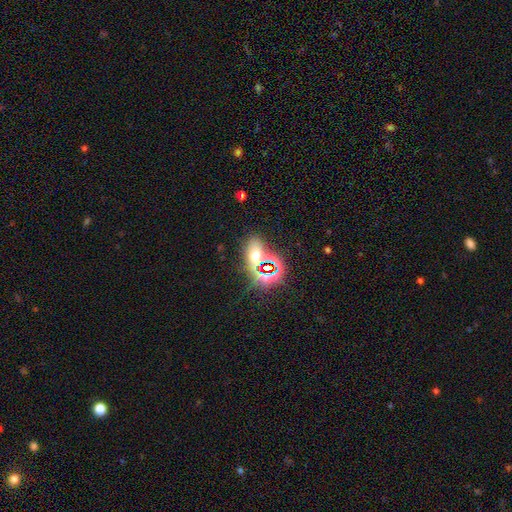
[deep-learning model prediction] The model was most divided on "smooth or featured": smooth: 45%, star or artifact: 41%, featured or disk: 14%. More confident: merging — none (63%).